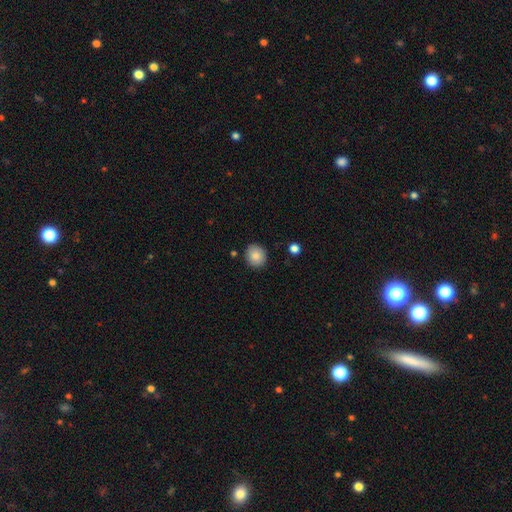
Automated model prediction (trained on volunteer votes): Smooth or featured: smooth — 85% (star or artifact — 8%)
How rounded: round — 85% (in between — 14%)
Merging: none — 88% (minor disturbance — 8%)